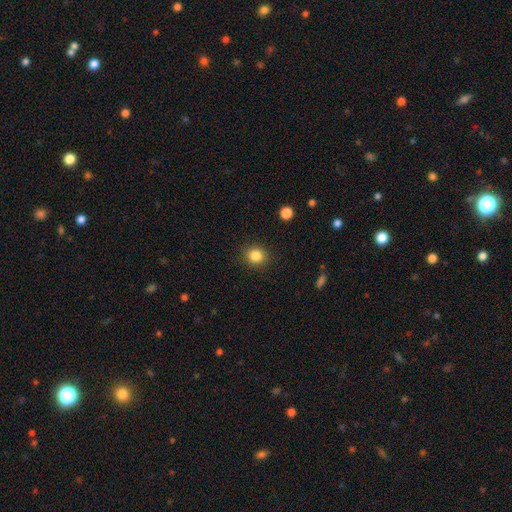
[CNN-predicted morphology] Smooth or featured?
  - smooth: 85% *
  - star or artifact: 11%
  - featured or disk: 4%
How rounded?
  - round: 86% *
  - in between: 13%
  - cigar-shaped: 1%
Merging?
  - none: 90% *
  - minor disturbance: 7%
  - major disturbance: 2%
  - merger: 1%